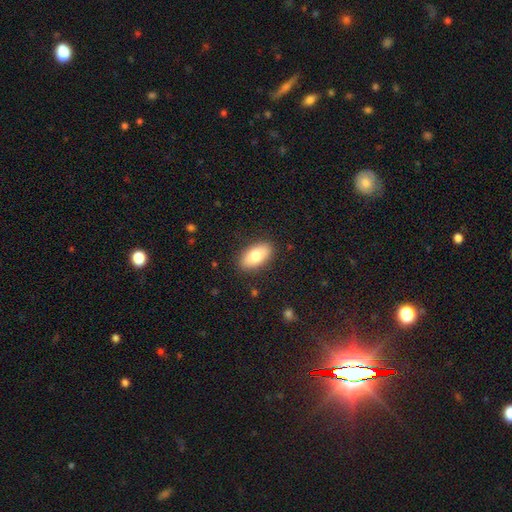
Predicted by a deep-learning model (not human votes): Smooth or featured?
  - smooth: 77% *
  - featured or disk: 16%
  - star or artifact: 7%
How rounded?
  - in between: 91% *
  - cigar-shaped: 5%
  - round: 4%
Merging?
  - none: 87% *
  - minor disturbance: 9%
  - major disturbance: 2%
  - merger: 1%